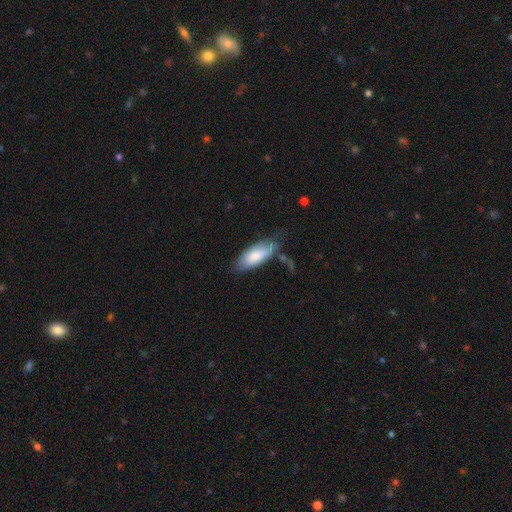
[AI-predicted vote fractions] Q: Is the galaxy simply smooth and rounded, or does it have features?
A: smooth — 76%.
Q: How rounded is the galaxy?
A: in between — 79%.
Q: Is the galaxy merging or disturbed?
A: none — 54%.